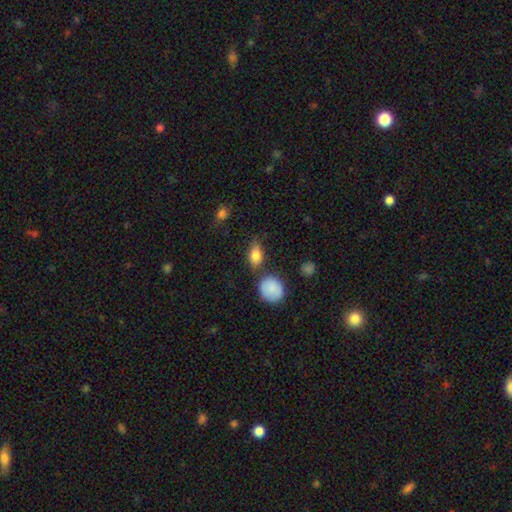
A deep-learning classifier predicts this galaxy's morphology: Overall: smooth (82%). How rounded: in between (80%). Merging: none (69%).